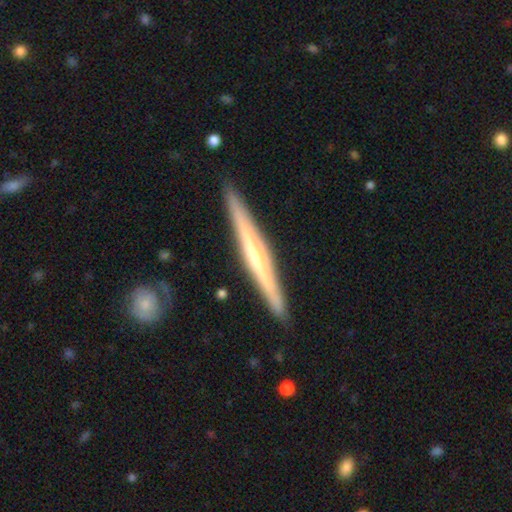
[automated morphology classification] smooth-or-featured: featured or disk: 70% | smooth: 25% | star or artifact: 5%
  disk-edge-on: yes: 97% | no: 3%
    edge-on-bulge: rounded: 54% | none: 35% | boxy: 11%
  merging: none: 90% | minor disturbance: 7% | major disturbance: 1% | merger: 1%